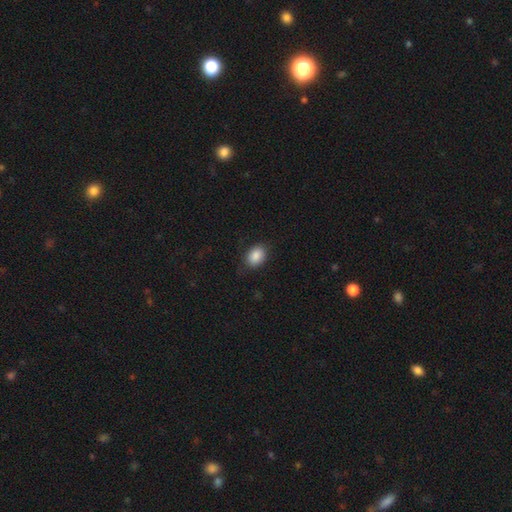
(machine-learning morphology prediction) Q: Smooth or featured?
A: smooth (87%); runner-up: star or artifact (8%)
Q: How rounded?
A: in between (73%); runner-up: round (26%)
Q: Merging?
A: none (79%); runner-up: minor disturbance (16%)